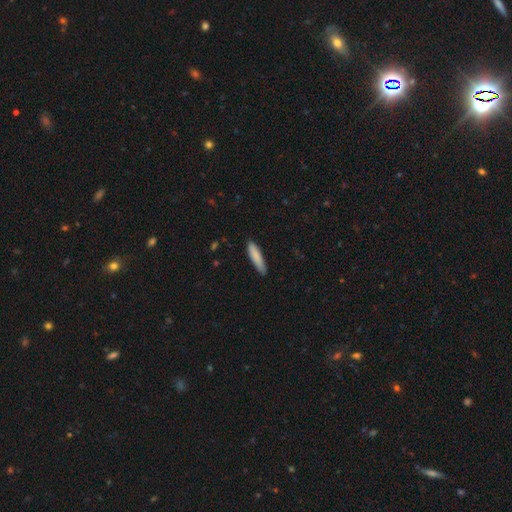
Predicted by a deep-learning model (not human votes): smooth-or-featured: smooth: 84% | featured or disk: 10% | star or artifact: 6%
  how-rounded: cigar-shaped: 80% | in between: 18% | round: 1%
  merging: none: 83% | minor disturbance: 14% | major disturbance: 2% | merger: 1%